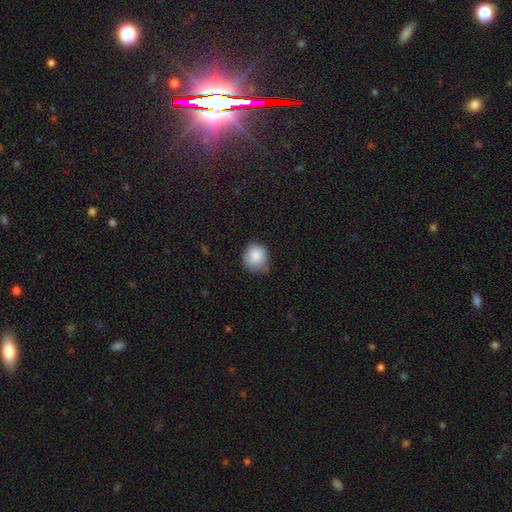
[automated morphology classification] A smooth galaxy with no disk features (85%) that is round (85%). Merging: none (60%).